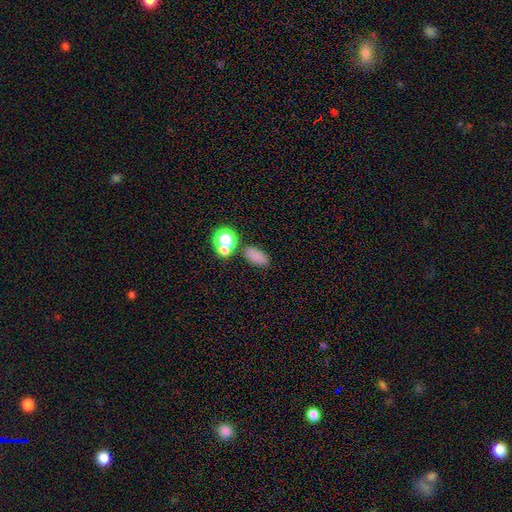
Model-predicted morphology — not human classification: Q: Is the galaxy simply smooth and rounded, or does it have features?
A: smooth — 76%.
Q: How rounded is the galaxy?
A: in between — 85%.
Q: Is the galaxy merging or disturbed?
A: none — 74%.